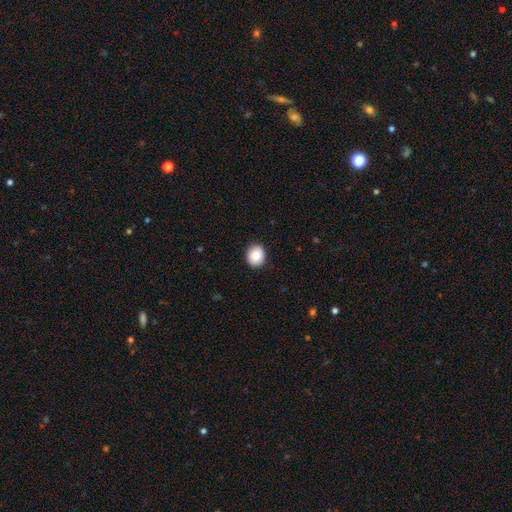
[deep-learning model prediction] Smooth or featured: smooth — 81% (featured or disk — 10%)
How rounded: round — 75% (in between — 24%)
Merging: none — 91% (minor disturbance — 7%)